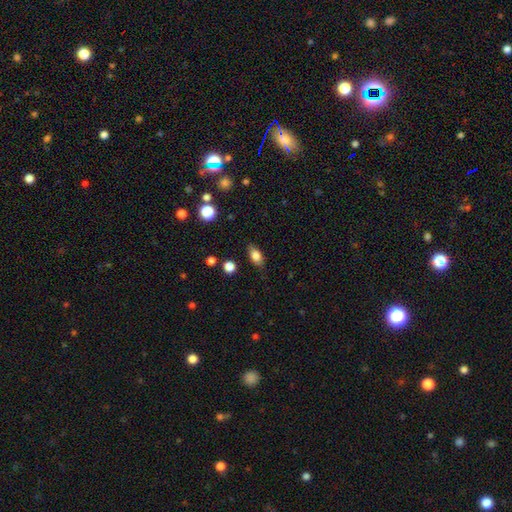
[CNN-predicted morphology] smooth 79%, featured or disk 12%, star or artifact 9%. Down the decision tree: how rounded — in between (83%); merging — none (83%).